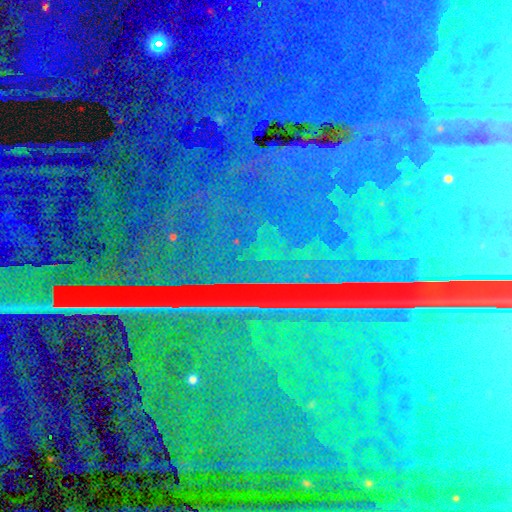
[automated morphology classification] This is clearly a star or artifact rather than a galaxy (84%).